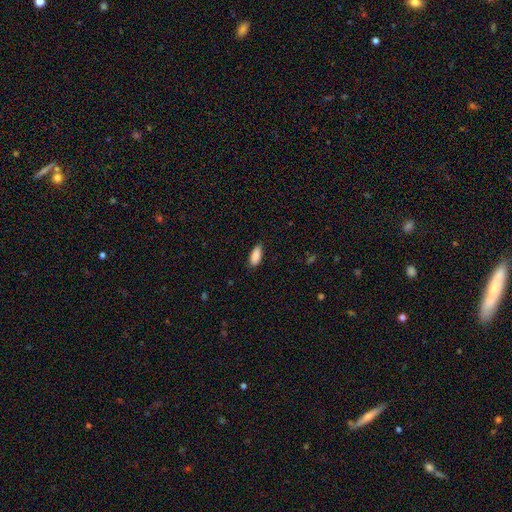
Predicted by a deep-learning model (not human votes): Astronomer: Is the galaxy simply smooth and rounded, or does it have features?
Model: smooth — 89%.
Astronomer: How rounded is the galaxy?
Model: in between — 83%.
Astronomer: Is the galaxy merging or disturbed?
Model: none — 82%.